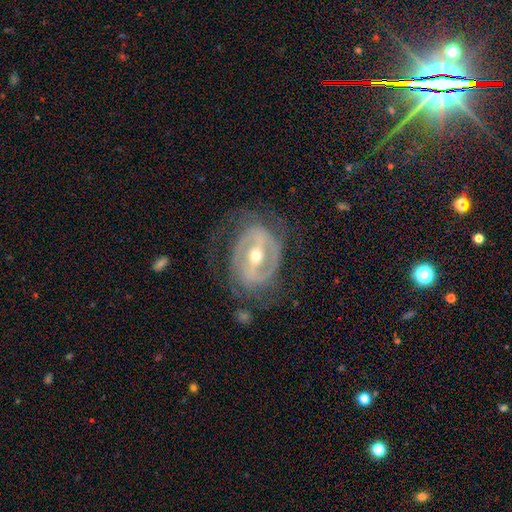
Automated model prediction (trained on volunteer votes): Smooth or featured? Predicted: featured or disk (p=0.87). Edge-on disk? Predicted: no (p=0.95). Bar? Predicted: strong (p=0.64). Spiral arms? Predicted: yes (p=0.82). Spiral winding? Predicted: tight (p=0.47). Spiral arm count? Predicted: 2 (p=0.61). Bulge size? Predicted: moderate (p=0.60). Merging? Predicted: none (p=0.65).